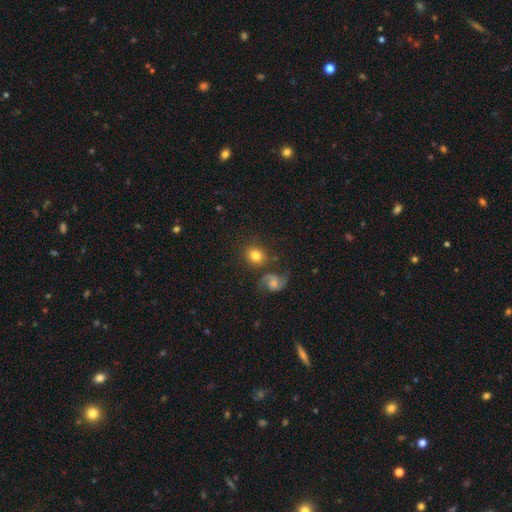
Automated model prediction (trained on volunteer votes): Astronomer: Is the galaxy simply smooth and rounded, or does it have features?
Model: smooth — 72%.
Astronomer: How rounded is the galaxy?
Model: round — 72%.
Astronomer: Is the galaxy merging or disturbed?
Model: none — 70%.